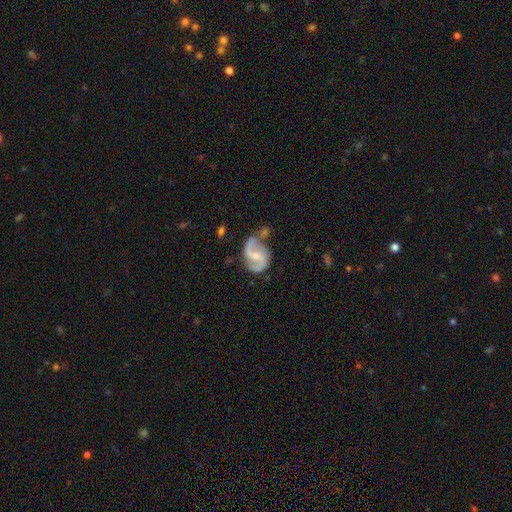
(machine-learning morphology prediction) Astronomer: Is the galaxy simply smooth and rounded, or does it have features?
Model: featured or disk — 86%.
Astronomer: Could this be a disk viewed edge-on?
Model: no — 98%.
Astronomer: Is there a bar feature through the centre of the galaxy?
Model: weak — 49% (runner-up: no, 30%).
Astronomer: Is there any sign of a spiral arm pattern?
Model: yes — 95%.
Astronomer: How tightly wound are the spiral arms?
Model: medium — 45% (runner-up: loose, 44%).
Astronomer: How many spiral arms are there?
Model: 2 — 91%.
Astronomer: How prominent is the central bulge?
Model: small — 57% (runner-up: moderate, 34%).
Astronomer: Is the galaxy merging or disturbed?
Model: none — 50% (runner-up: minor disturbance, 25%).